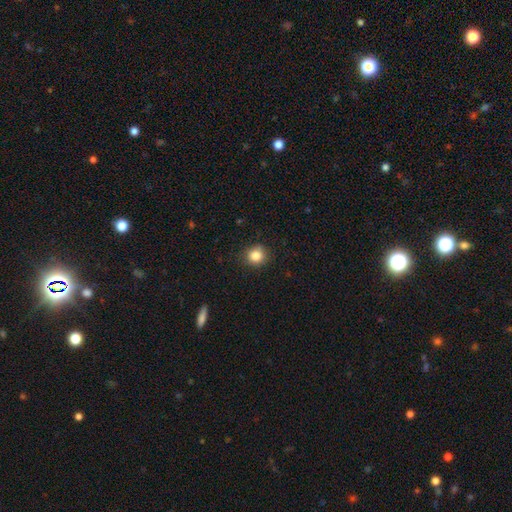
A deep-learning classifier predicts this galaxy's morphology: smooth_or_featured: smooth (p=0.84) [alt: star or artifact p=0.11]
how_rounded: round (p=0.85) [alt: in between p=0.14]
merging: none (p=0.86) [alt: minor disturbance p=0.10]